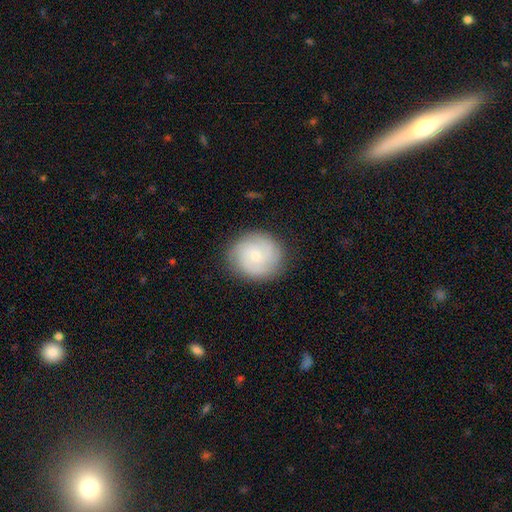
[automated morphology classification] This appears to be a featured or disk galaxy (57%) with no bar (67%), 3 (32%) tight (59%) spiral arms (93%) and a small central bulge (59%). Merging: none (84%).